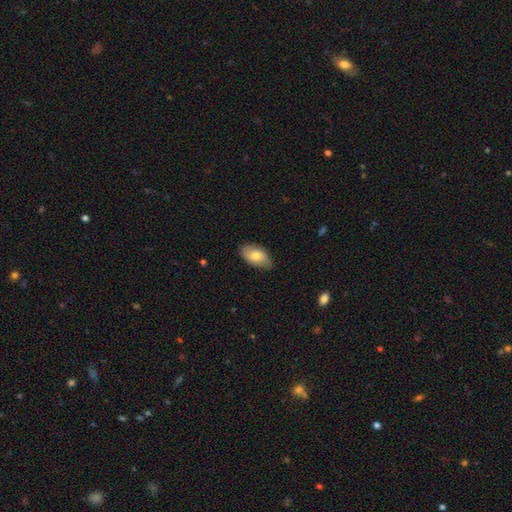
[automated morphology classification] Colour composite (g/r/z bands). It shows a smooth galaxy with no disk features (76%) that is in between round and cigar-shaped (93%). Merging: none (81%).